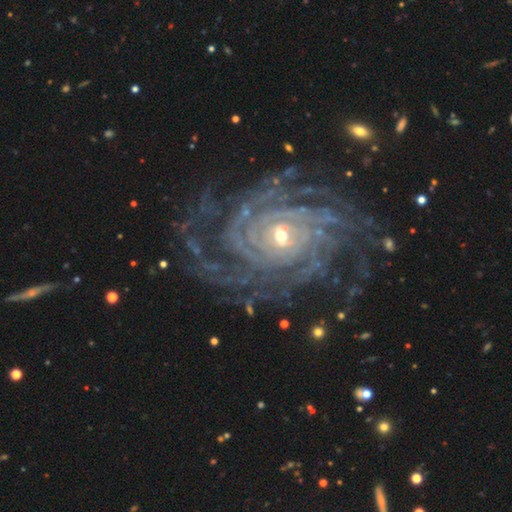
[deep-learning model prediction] Smooth or featured: featured or disk — 93% (star or artifact — 5%)
Edge-on disk: no — 97% (yes — 3%)
Bar: no — 52% (weak — 31%)
Spiral arms: yes — 99% (no — 1%)
Spiral winding: tight — 80% (medium — 17%)
Spiral arm count: more than 4 — 35% (4 — 19%)
Bulge size: small — 58% (moderate — 38%)
Merging: none — 76% (minor disturbance — 14%)